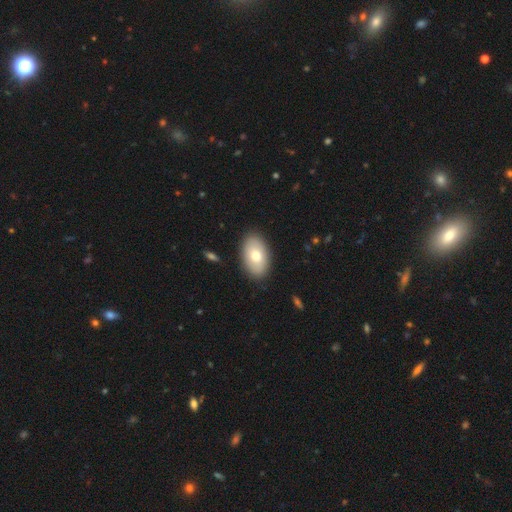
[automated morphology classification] Smooth or featured? Predicted: smooth (p=0.72). How rounded? Predicted: in between (p=0.92). Merging? Predicted: none (p=0.88).